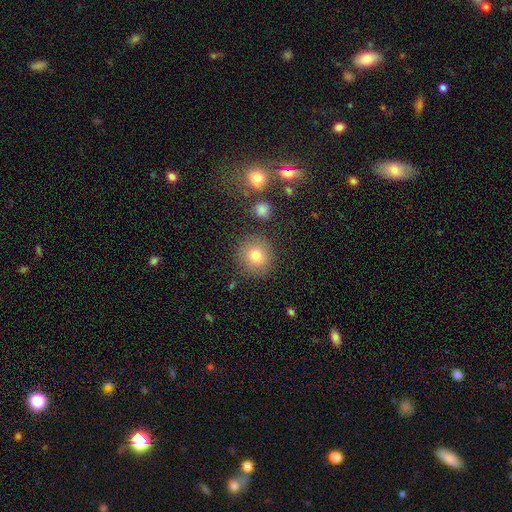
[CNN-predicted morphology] This is likely a smooth galaxy (79%). How rounded: clearly round (90%). Merging: clearly none (84%).